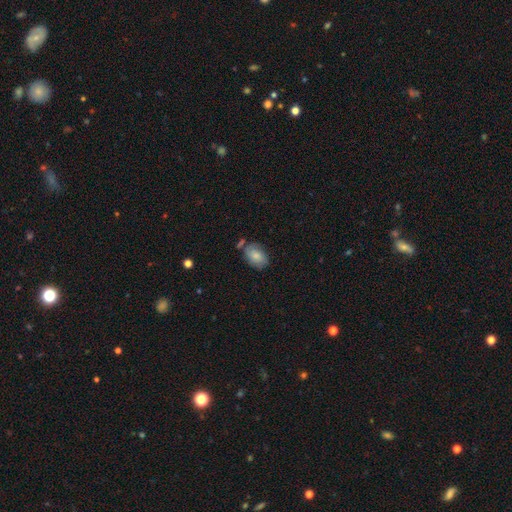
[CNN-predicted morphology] A smooth galaxy with no disk features (73%) that is in between round and cigar-shaped (86%).

Vote fractions:
- Smooth or featured? smooth: 73% / featured or disk: 19% / star or artifact: 7%
- How rounded? in between: 86% / round: 12% / cigar-shaped: 1%
- Merging? none: 62% / minor disturbance: 23% / merger: 9% / major disturbance: 6%